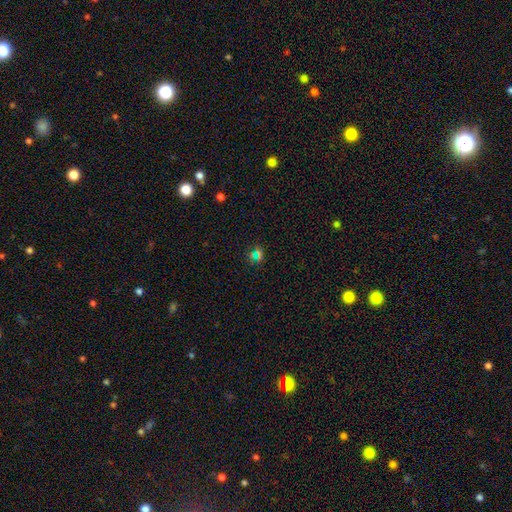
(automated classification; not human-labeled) Smooth or featured? Predicted: star or artifact (p=0.48).